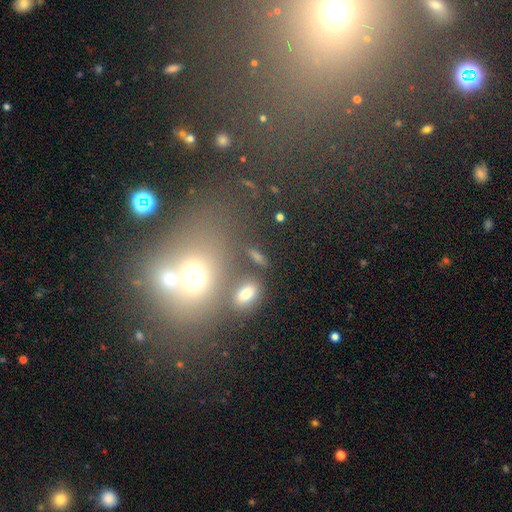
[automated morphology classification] A smooth galaxy with no disk features (62%) that is in between round and cigar-shaped (67%).

Vote fractions:
- Smooth or featured? smooth: 62% / star or artifact: 21% / featured or disk: 18%
- How rounded? in between: 67% / round: 26% / cigar-shaped: 8%
- Merging? none: 54% / merger: 26% / minor disturbance: 12% / major disturbance: 8%